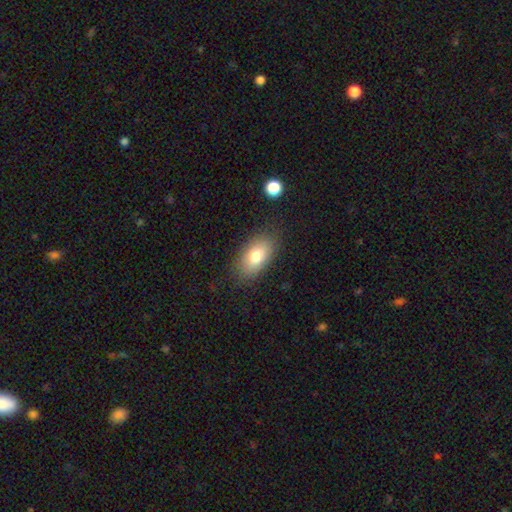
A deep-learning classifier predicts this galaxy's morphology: Q: Smooth or featured?
A: smooth (76%); runner-up: featured or disk (16%)
Q: How rounded?
A: in between (91%); runner-up: round (6%)
Q: Merging?
A: none (81%); runner-up: minor disturbance (13%)